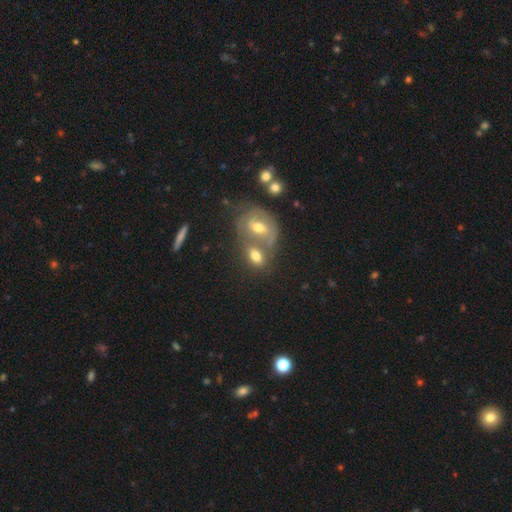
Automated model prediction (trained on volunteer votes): smooth_or_featured: smooth (p=0.65) [alt: featured or disk p=0.24]
how_rounded: in between (p=0.78) [alt: round p=0.19]
merging: merger (p=0.51) [alt: none p=0.33]